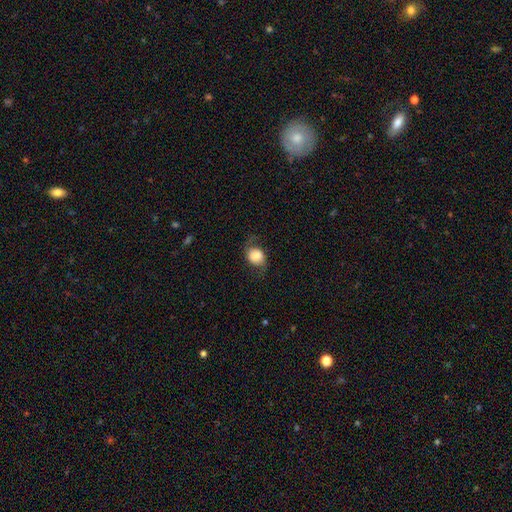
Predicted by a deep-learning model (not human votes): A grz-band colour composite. It shows a smooth galaxy with no disk features (57%) that is round (62%). Merging: none (65%).